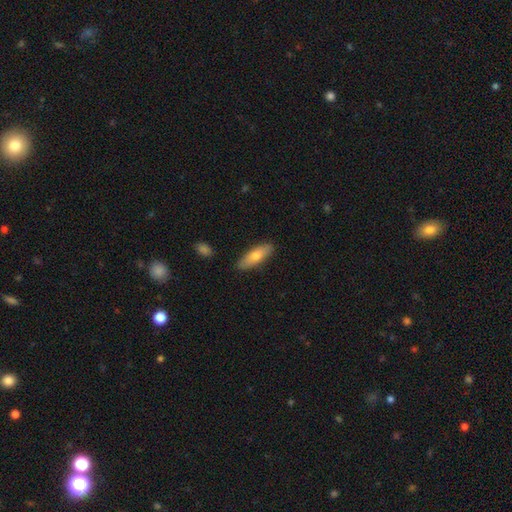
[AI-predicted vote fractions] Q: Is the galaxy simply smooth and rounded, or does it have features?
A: smooth — 72%.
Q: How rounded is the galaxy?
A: in between — 56%.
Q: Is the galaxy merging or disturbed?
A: none — 87%.